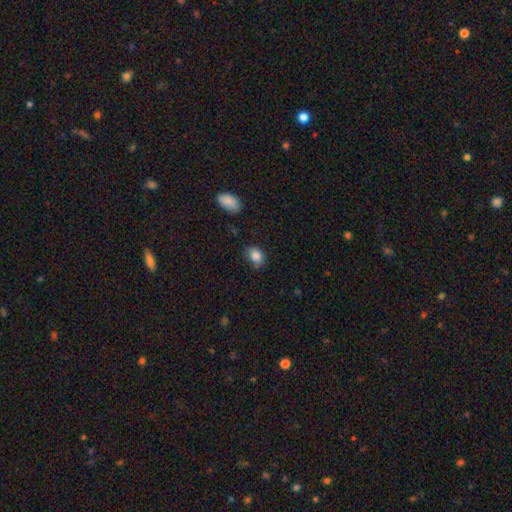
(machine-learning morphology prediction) Overall: smooth (85%). How rounded: in between (69%; round 30%). Merging: none (76%).